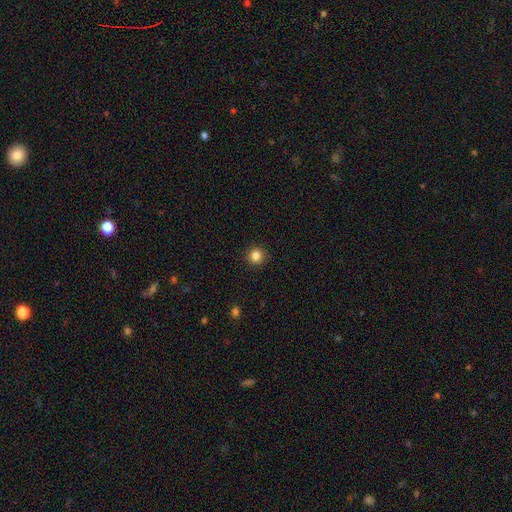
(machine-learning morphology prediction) Smooth or featured?
  - smooth: 84% *
  - star or artifact: 12%
  - featured or disk: 4%
How rounded?
  - round: 95% *
  - in between: 4%
  - cigar-shaped: 1%
Merging?
  - none: 92% *
  - minor disturbance: 5%
  - major disturbance: 2%
  - merger: 1%